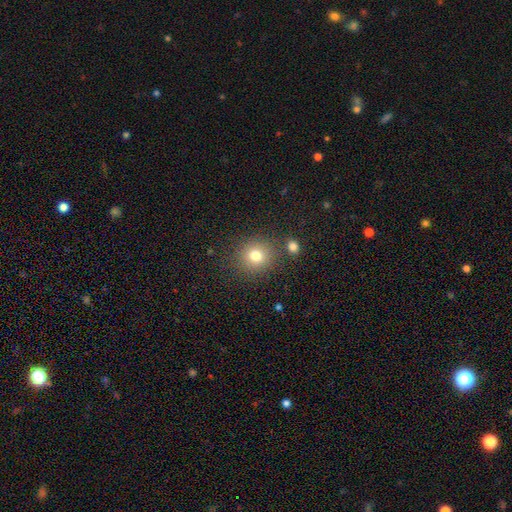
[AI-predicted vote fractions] The model was most divided on "smooth or featured": smooth: 78%, star or artifact: 14%, featured or disk: 9%. More confident: how rounded — round (87%); merging — none (83%).